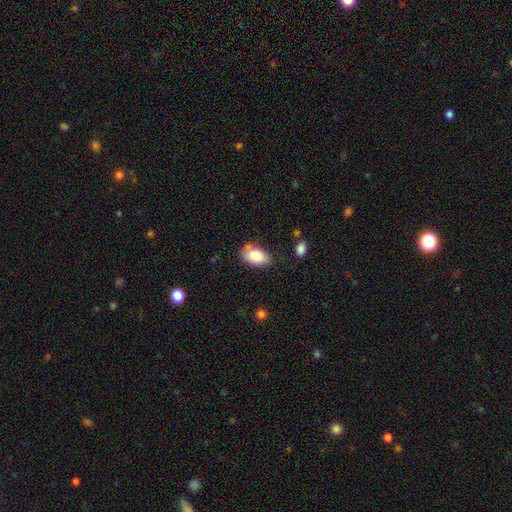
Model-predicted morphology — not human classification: A smooth galaxy with no disk features (86%) that is in between round and cigar-shaped (92%).

Vote fractions:
- Smooth or featured? smooth: 86% / featured or disk: 7% / star or artifact: 7%
- How rounded? in between: 92% / round: 6% / cigar-shaped: 2%
- Merging? none: 66% / minor disturbance: 22% / merger: 7% / major disturbance: 5%